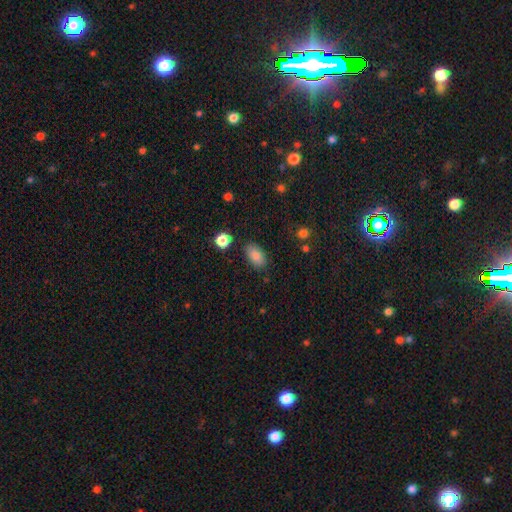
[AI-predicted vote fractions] smooth_or_featured: smooth (p=0.86) [alt: star or artifact p=0.08]
how_rounded: in between (p=0.91) [alt: round p=0.07]
merging: none (p=0.83) [alt: minor disturbance p=0.11]